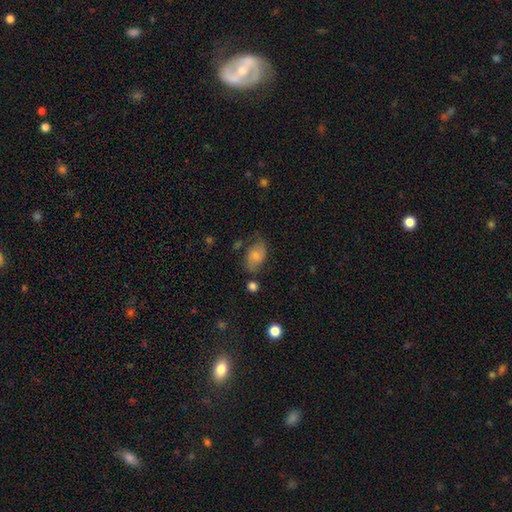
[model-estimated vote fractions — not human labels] A smooth galaxy with no disk features (50%). Merging: none (60%).